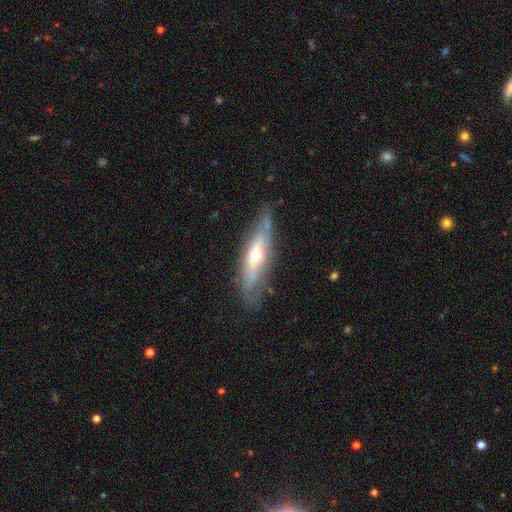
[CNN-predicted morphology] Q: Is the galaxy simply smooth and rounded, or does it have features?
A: featured or disk — 66%.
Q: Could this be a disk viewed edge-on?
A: yes — 58%.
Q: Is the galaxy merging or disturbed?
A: none — 71%.